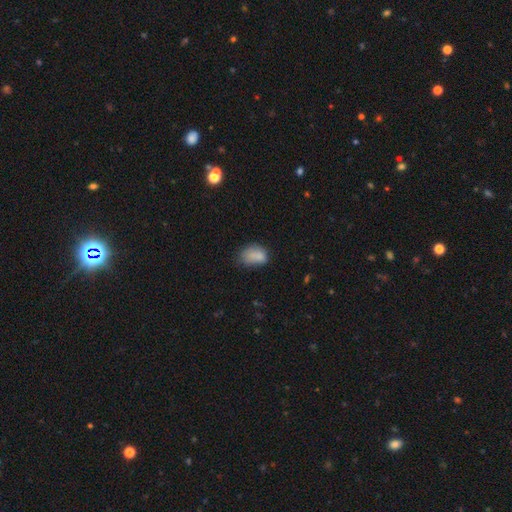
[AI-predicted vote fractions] The model was most divided on "merging": none: 44%, minor disturbance: 32%, major disturbance: 14%, merger: 9%. More confident: how rounded — in between (80%); smooth or featured — smooth (78%).